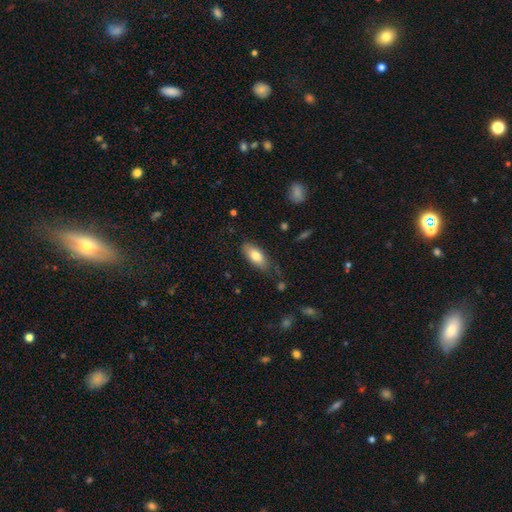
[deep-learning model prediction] Overall: smooth (78%). How rounded: in between (85%). Merging: none (74%).